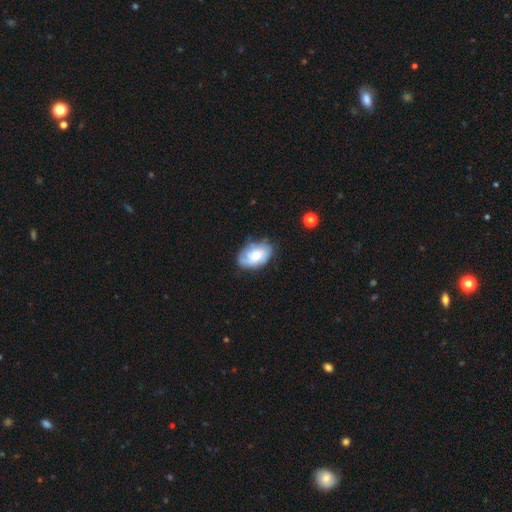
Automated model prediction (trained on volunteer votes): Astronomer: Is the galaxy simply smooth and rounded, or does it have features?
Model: smooth — 52% (runner-up: featured or disk, 41%).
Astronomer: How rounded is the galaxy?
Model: in between — 87%.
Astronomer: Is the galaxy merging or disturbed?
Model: none — 65%.